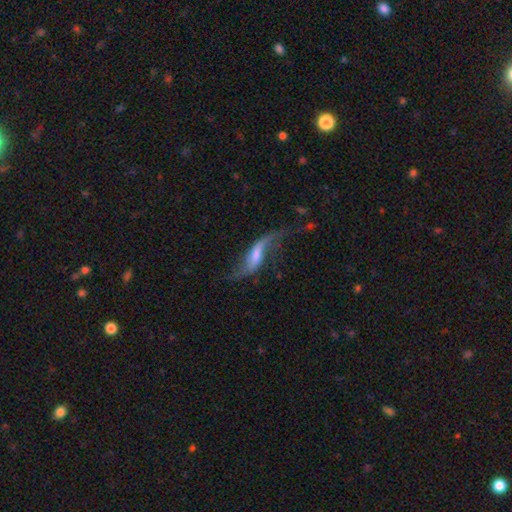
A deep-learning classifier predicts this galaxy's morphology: Q: Smooth or featured?
A: featured or disk (77%); runner-up: smooth (16%)
Q: Edge-on disk?
A: no (84%); runner-up: yes (16%)
Q: Bar?
A: weak (42%); runner-up: no (30%)
Q: Spiral arms?
A: yes (89%); runner-up: no (11%)
Q: Spiral winding?
A: loose (94%); runner-up: medium (4%)
Q: Spiral arm count?
A: 2 (89%); runner-up: 1 (6%)
Q: Bulge size?
A: small (33%); runner-up: moderate (30%)
Q: Merging?
A: none (47%); runner-up: major disturbance (27%)